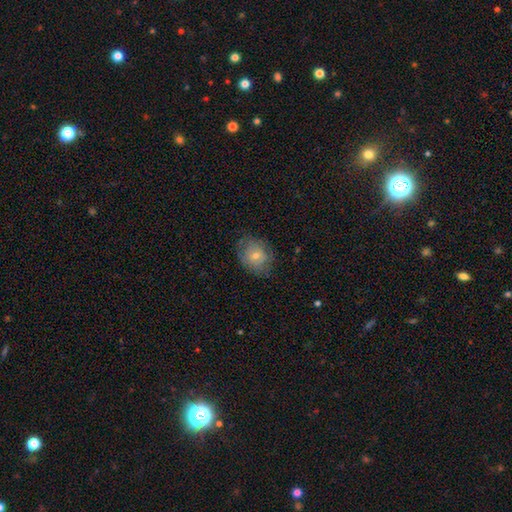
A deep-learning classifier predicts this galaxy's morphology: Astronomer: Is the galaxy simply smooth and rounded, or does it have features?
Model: smooth — 56% (runner-up: featured or disk, 33%).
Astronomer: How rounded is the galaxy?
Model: round — 56% (runner-up: in between, 43%).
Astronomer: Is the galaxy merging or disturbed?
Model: none — 74%.